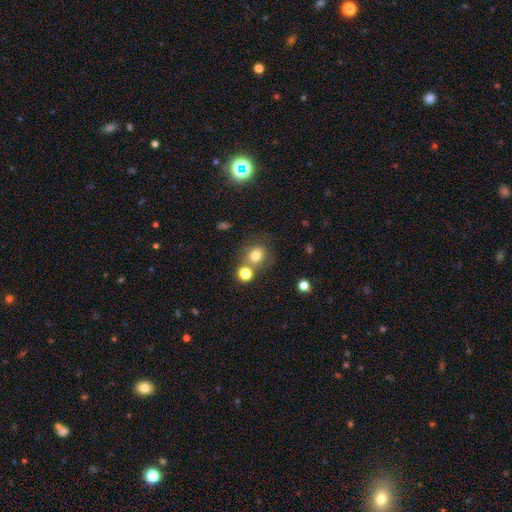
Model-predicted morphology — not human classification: A smooth galaxy with no disk features (76%) that is round (77%).

Vote fractions:
- Smooth or featured? smooth: 76% / star or artifact: 14% / featured or disk: 10%
- How rounded? round: 77% / in between: 22% / cigar-shaped: 1%
- Merging? none: 64% / merger: 19% / minor disturbance: 12% / major disturbance: 5%